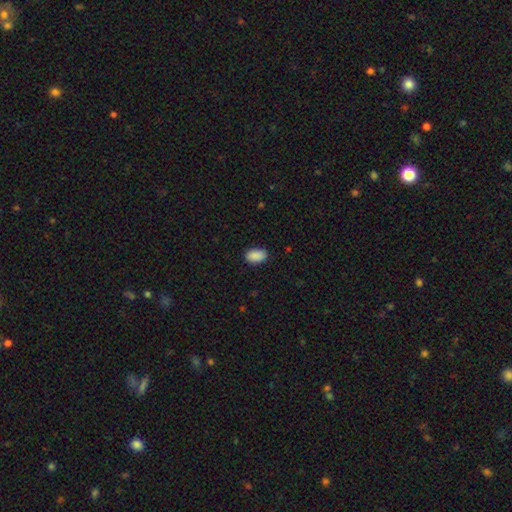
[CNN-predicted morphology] A smooth galaxy with no disk features (90%) that is in between round and cigar-shaped (93%). Merging: none (87%).